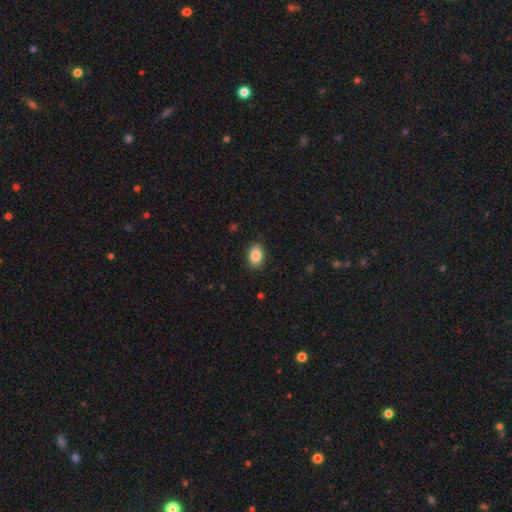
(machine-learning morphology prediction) smooth_or_featured: smooth (p=0.87) [alt: star or artifact p=0.08]
how_rounded: in between (p=0.82) [alt: round p=0.17]
merging: none (p=0.86) [alt: minor disturbance p=0.11]